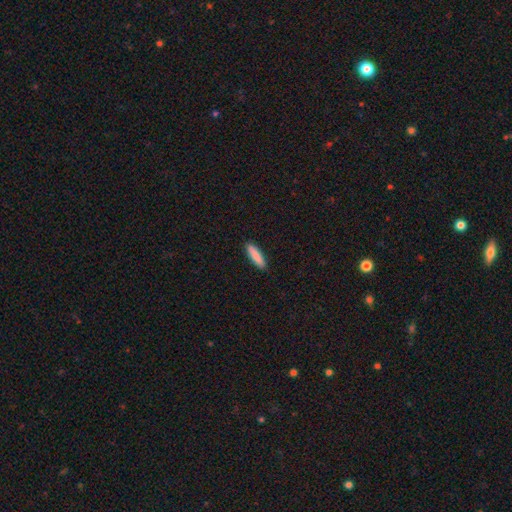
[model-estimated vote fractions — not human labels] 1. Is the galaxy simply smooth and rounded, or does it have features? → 88% smooth, 7% featured or disk, 6% star or artifact.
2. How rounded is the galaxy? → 73% cigar-shaped, 26% in between, 1% round.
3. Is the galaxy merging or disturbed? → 91% none, 7% minor disturbance, 1% major disturbance, 1% merger.